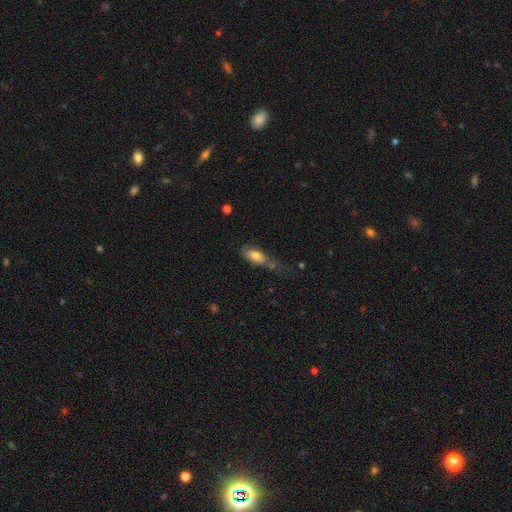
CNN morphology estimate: Smooth or featured: smooth — 67% (featured or disk — 26%)
How rounded: in between — 78% (cigar-shaped — 18%)
Merging: minor disturbance — 30% (tied with major disturbance — 30%)